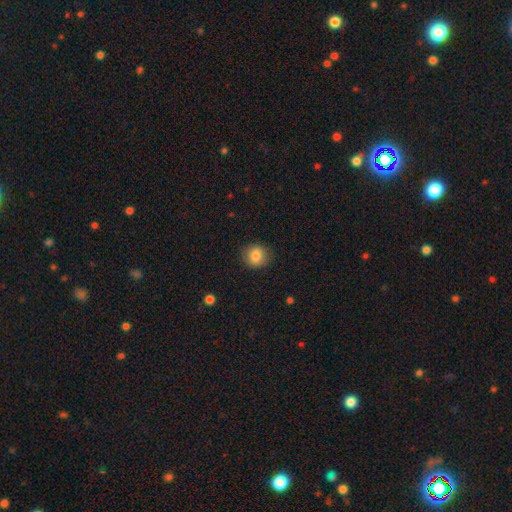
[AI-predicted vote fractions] Q: Smooth or featured?
A: smooth (83%); runner-up: star or artifact (9%)
Q: How rounded?
A: round (86%); runner-up: in between (14%)
Q: Merging?
A: none (88%); runner-up: minor disturbance (8%)